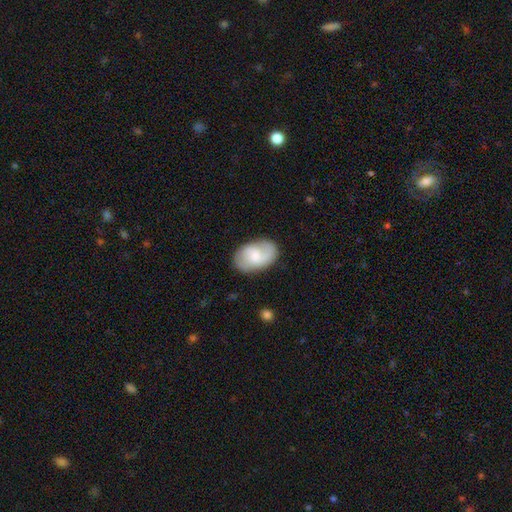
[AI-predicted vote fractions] The model was most divided on "smooth or featured": featured or disk: 47%, smooth: 46%, star or artifact: 7%. More confident: merging — none (76%).